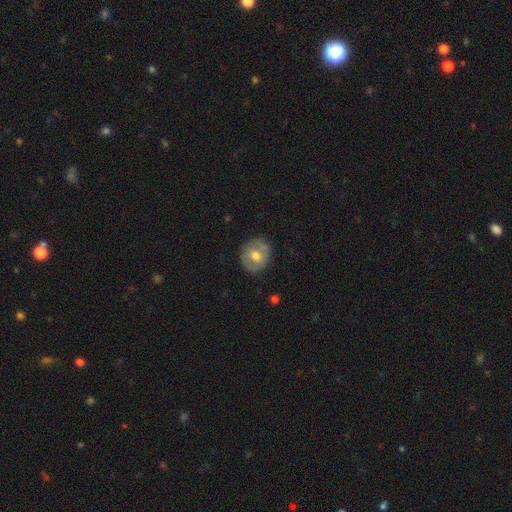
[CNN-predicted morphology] Smooth or featured: smooth — 56% (featured or disk — 37%)
How rounded: round — 81% (in between — 18%)
Merging: none — 83% (minor disturbance — 13%)